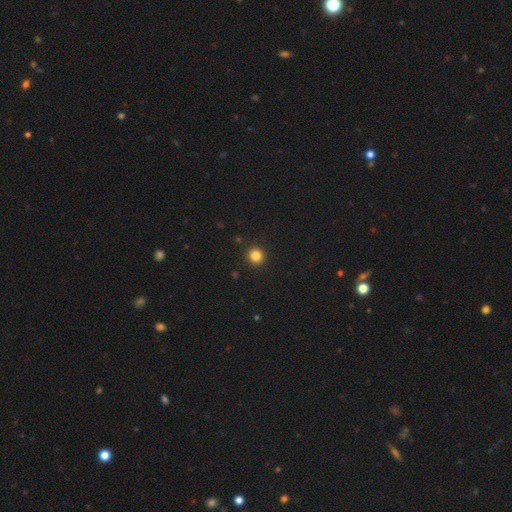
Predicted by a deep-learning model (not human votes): smooth 84%, star or artifact 12%, featured or disk 4%. Down the decision tree: how rounded — round (95%); merging — none (93%).